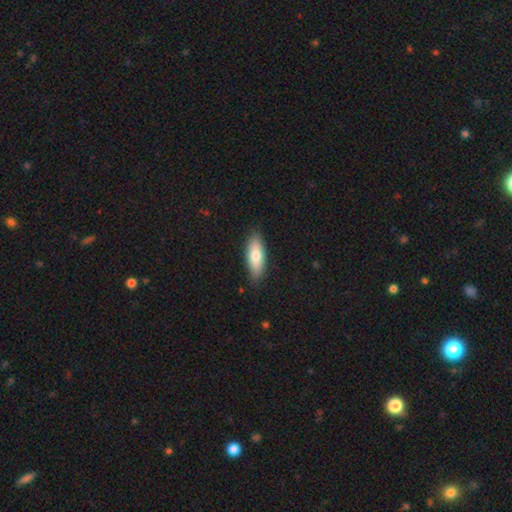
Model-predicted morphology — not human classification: smooth-or-featured: smooth: 76% | featured or disk: 18% | star or artifact: 6%
  how-rounded: in between: 73% | cigar-shaped: 25% | round: 2%
  merging: none: 86% | minor disturbance: 11% | major disturbance: 2% | merger: 1%